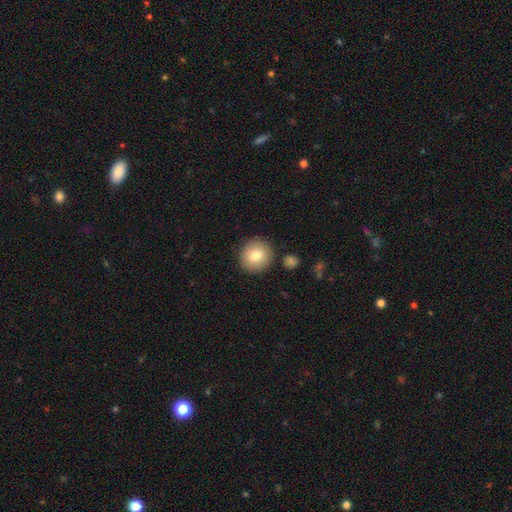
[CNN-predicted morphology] type=smooth (80%); roundness=round (90%); merging=none (87%).